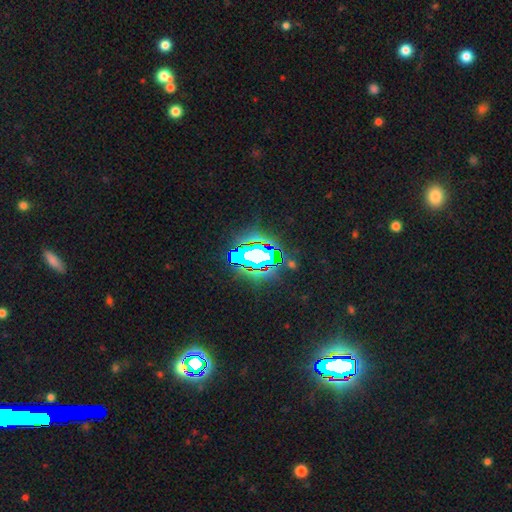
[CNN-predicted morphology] smooth-or-featured: star or artifact: 65% | smooth: 18% | featured or disk: 17%